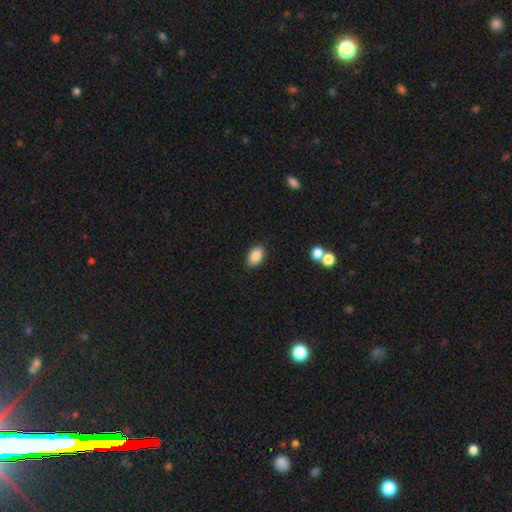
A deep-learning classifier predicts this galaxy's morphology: A smooth galaxy with no disk features (88%) that is in between round and cigar-shaped (90%).

Vote fractions:
- Smooth or featured? smooth: 88% / star or artifact: 8% / featured or disk: 5%
- How rounded? in between: 90% / round: 8% / cigar-shaped: 1%
- Merging? none: 87% / minor disturbance: 9% / major disturbance: 2% / merger: 2%